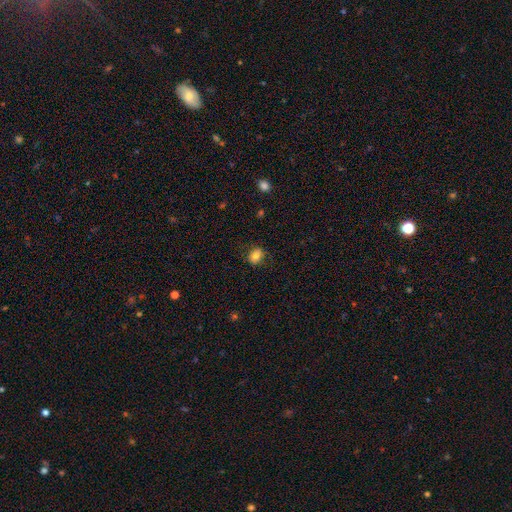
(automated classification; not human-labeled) A smooth galaxy with no disk features (83%) that is in between round and cigar-shaped (55%). Merging: none (83%).